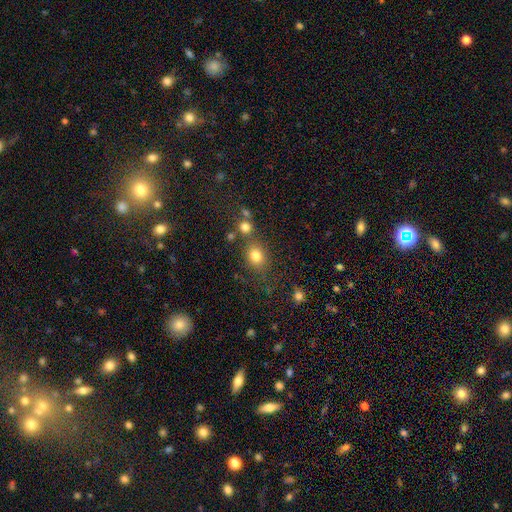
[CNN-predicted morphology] This appears to be a smooth galaxy with no disk features (79%) that is round (56%). Merging: none (65%).